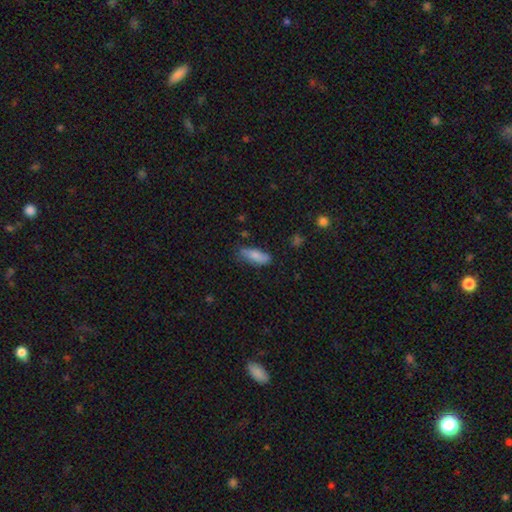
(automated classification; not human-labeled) Smooth or featured? smooth (80%)
How rounded? in between (69%)
Merging? none (67%)